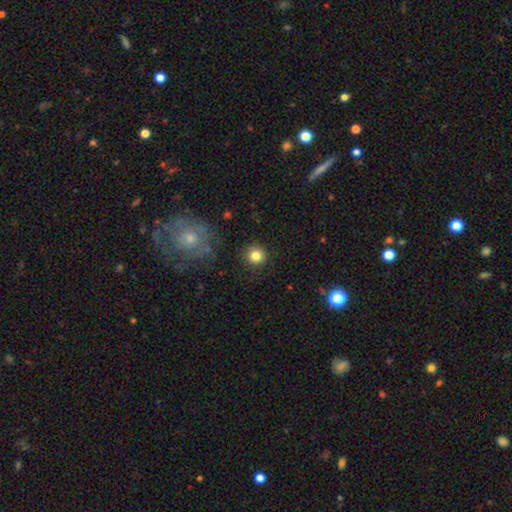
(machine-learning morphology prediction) type=smooth (83%); roundness=round (94%); merging=none (89%).